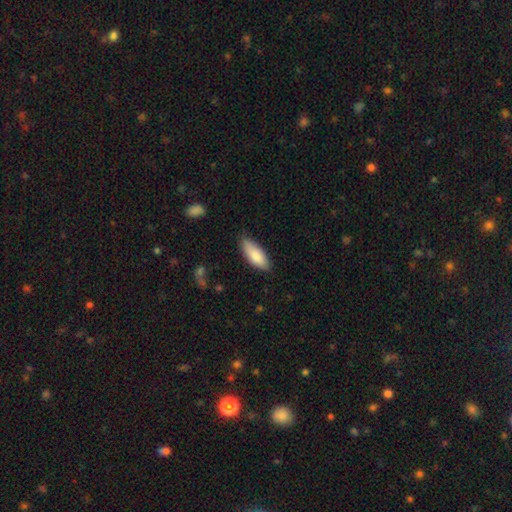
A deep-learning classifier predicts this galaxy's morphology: Overall: smooth (86%). How rounded: in between (77%). Merging: none (74%).